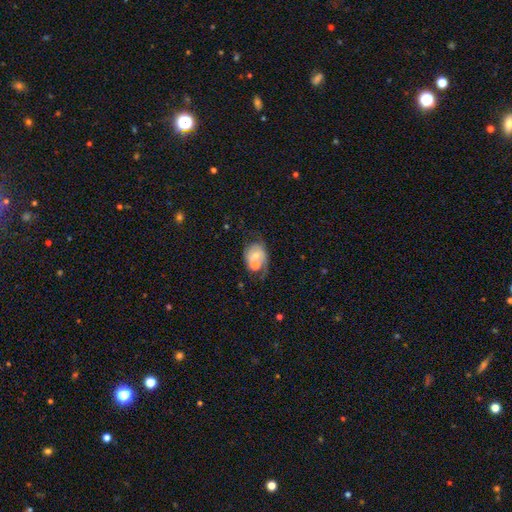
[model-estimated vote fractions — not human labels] smooth-or-featured: featured or disk: 51% | smooth: 41% | star or artifact: 8%
  disk-edge-on: no: 97% | yes: 3%
  merging: merger: 43% | none: 25% | major disturbance: 17% | minor disturbance: 15%